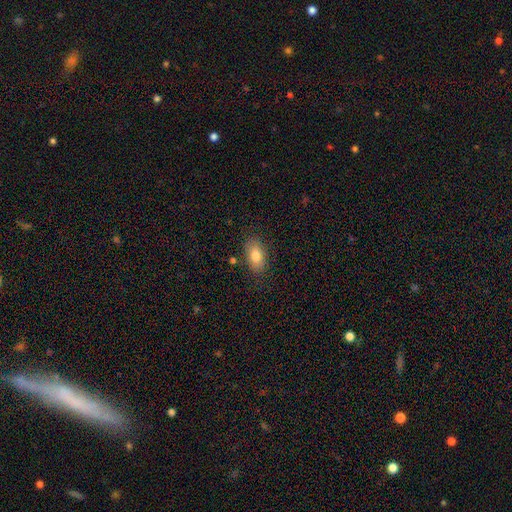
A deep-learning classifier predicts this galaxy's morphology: A smooth galaxy with no disk features (80%) that is in between round and cigar-shaped (90%). Merging: none (83%).